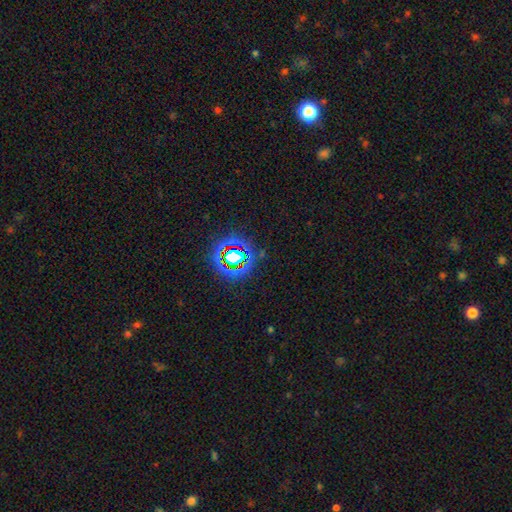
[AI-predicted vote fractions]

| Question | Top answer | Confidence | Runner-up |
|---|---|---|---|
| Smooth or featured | star or artifact | 75% | smooth (14%) |